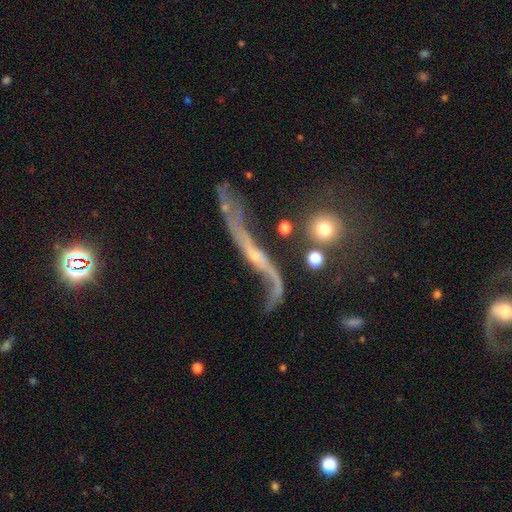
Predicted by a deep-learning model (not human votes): The model was most divided on "edge-on disk": no: 60%, yes: 40%. Remaining: smooth or featured — featured or disk (79%); merging — none (45%).